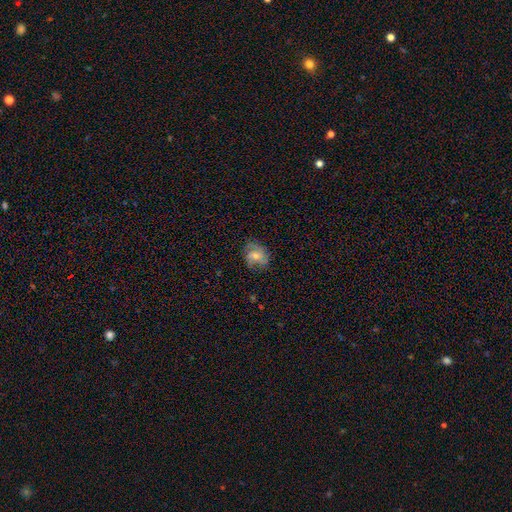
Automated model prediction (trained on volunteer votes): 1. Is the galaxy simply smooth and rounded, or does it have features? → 64% featured or disk, 25% smooth, 11% star or artifact.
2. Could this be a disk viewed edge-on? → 97% no, 3% yes.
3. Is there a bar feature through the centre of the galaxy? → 62% no, 30% weak, 7% strong.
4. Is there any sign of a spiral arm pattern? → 90% yes, 10% no.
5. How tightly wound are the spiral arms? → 43% medium, 41% tight, 17% loose.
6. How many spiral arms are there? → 37% 2, 27% 3, 22% can't tell, 6% 4, 5% 1, 4% more than 4.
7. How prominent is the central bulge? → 53% moderate, 42% small, 3% large, 2% none, 1% dominant.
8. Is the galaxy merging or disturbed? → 72% none, 19% minor disturbance, 7% major disturbance, 1% merger.